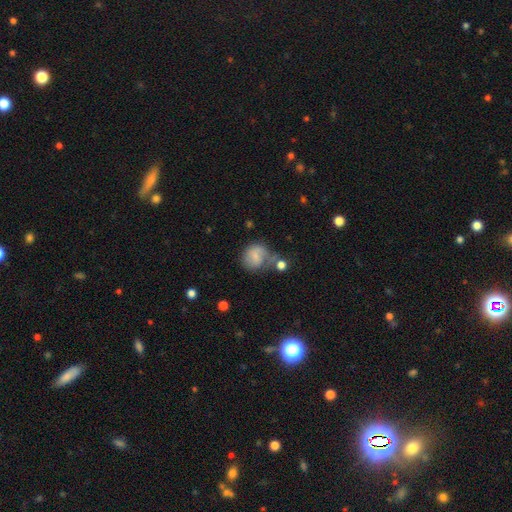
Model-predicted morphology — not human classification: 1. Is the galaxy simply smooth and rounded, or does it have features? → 66% smooth, 24% featured or disk, 10% star or artifact.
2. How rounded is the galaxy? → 70% round, 29% in between, 1% cigar-shaped.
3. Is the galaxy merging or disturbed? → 39% none, 24% minor disturbance, 19% merger, 19% major disturbance.